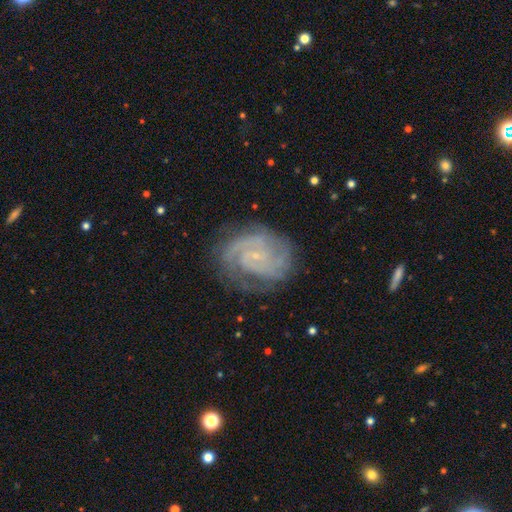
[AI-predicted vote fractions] This appears to be a featured or disk galaxy (86%) with no bar (61%), 2 (42%) tight (57%) spiral arms (97%) and a small central bulge (82%). Merging: none (72%).